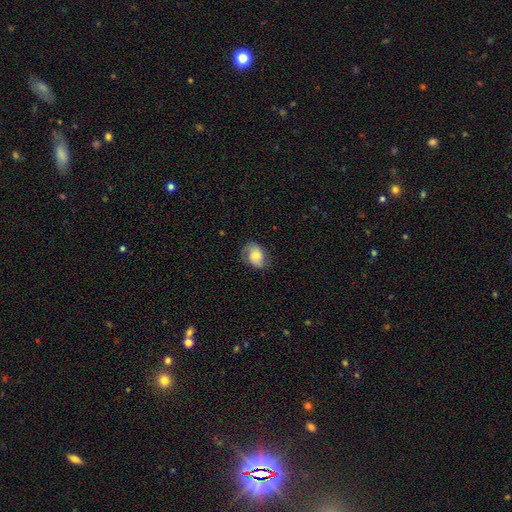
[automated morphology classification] Q: Smooth or featured?
A: smooth (52%); runner-up: featured or disk (40%)
Q: How rounded?
A: in between (72%); runner-up: round (27%)
Q: Merging?
A: none (66%); runner-up: minor disturbance (24%)